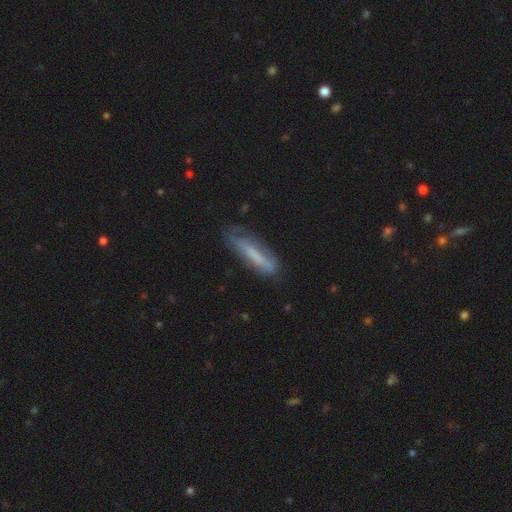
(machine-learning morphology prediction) smooth-or-featured: smooth: 52% | featured or disk: 40% | star or artifact: 8%
  how-rounded: cigar-shaped: 74% | in between: 25% | round: 2%
  merging: none: 61% | minor disturbance: 27% | major disturbance: 10% | merger: 2%